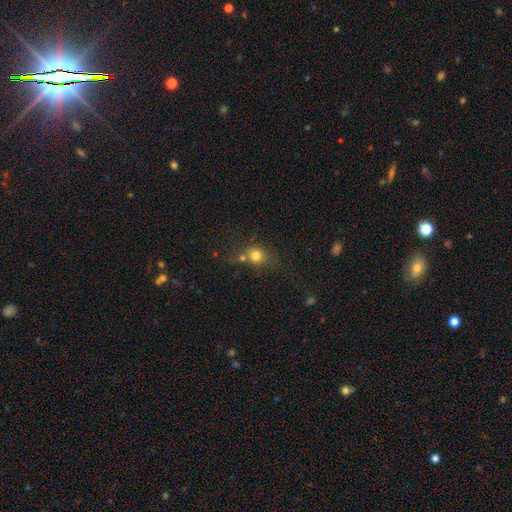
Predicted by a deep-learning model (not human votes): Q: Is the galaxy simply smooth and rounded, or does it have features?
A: smooth — 75%.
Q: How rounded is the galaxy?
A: round — 76%.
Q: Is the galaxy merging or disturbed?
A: none — 49%.